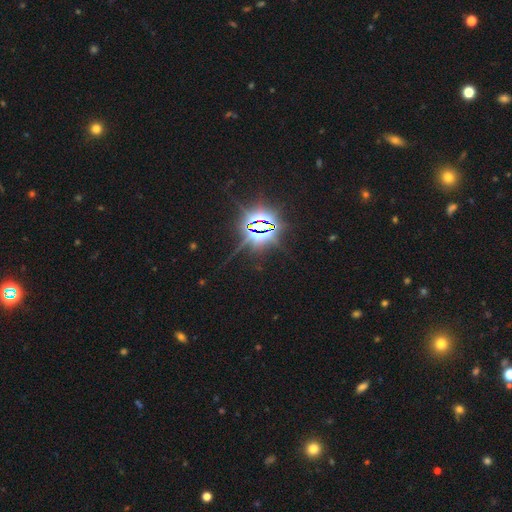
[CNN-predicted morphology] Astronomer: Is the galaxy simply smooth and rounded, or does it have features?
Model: star or artifact — 85%.